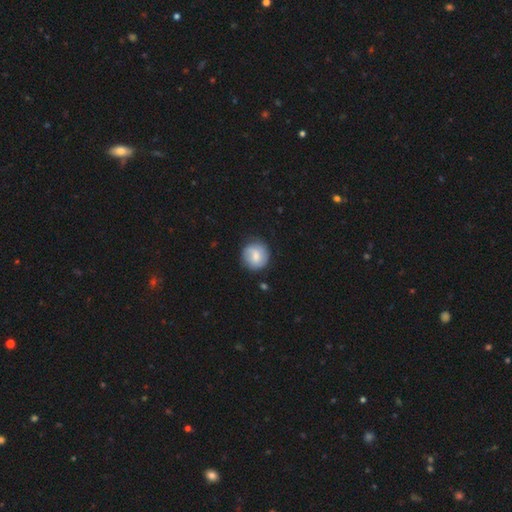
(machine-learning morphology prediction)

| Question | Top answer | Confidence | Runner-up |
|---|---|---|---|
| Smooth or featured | smooth | 68% | featured or disk (25%) |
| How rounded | round | 91% | in between (8%) |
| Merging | none | 78% | minor disturbance (16%) |